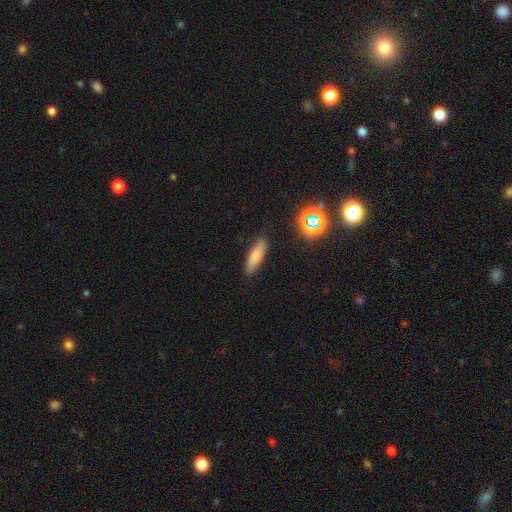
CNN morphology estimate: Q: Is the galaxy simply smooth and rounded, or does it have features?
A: smooth — 76%.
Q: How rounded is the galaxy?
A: cigar-shaped — 57%.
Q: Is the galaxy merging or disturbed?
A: none — 86%.